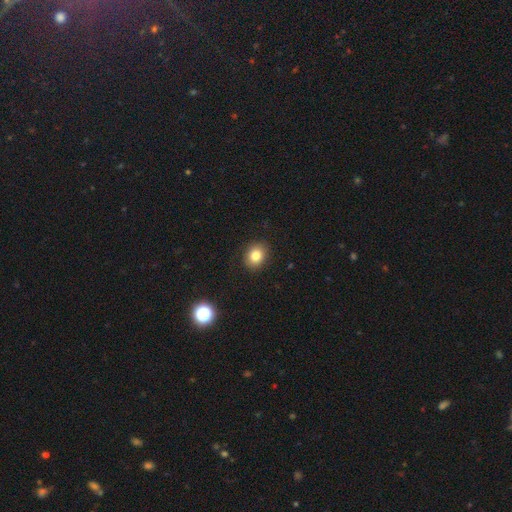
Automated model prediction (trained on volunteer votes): smooth 82%, star or artifact 11%, featured or disk 7%. Down the decision tree: how rounded — round (63%); merging — none (89%).